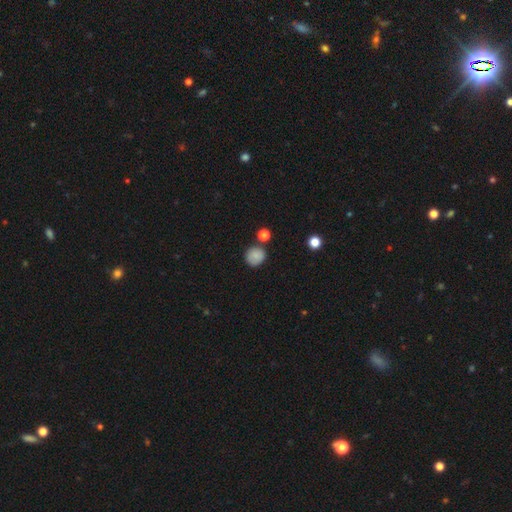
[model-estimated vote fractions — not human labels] This is clearly a smooth galaxy (84%). How rounded: clearly round (87%). Merging: likely none (78%).